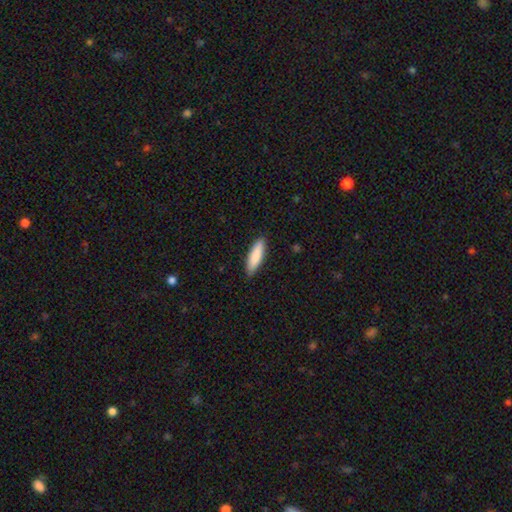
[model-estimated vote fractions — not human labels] Morphology: type=smooth (86%); roundness=cigar-shaped (61%); merging=none (88%).